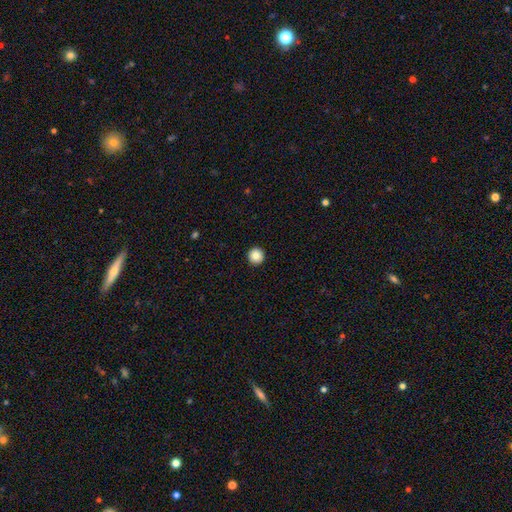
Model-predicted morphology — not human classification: Overall: smooth (84%). How rounded: round (96%). Merging: none (94%).